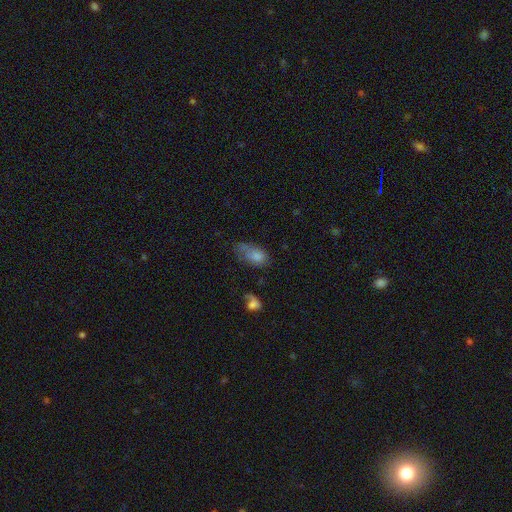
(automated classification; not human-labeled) smooth_or_featured: smooth (p=0.71) [alt: featured or disk p=0.20]
how_rounded: in between (p=0.89) [alt: round p=0.08]
merging: none (p=0.36) [alt: minor disturbance p=0.31]